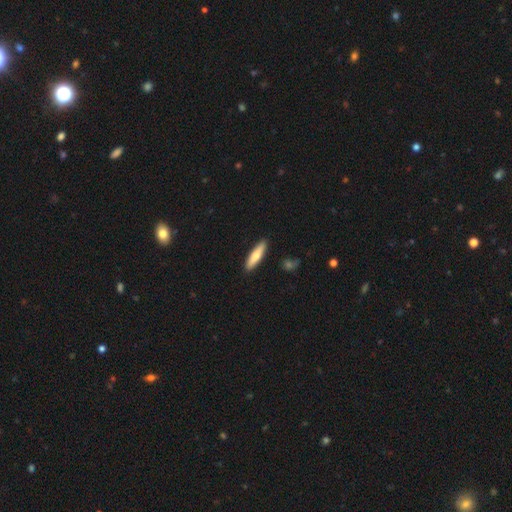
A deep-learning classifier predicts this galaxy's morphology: Smooth or featured?
  - smooth: 70% *
  - featured or disk: 25%
  - star or artifact: 5%
How rounded?
  - cigar-shaped: 75% *
  - in between: 24%
  - round: 2%
Merging?
  - none: 90% *
  - minor disturbance: 7%
  - merger: 1%
  - major disturbance: 1%